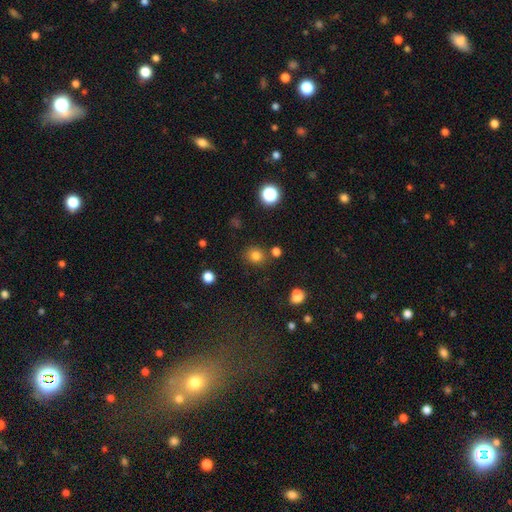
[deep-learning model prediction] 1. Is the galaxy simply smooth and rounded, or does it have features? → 79% smooth, 15% star or artifact, 6% featured or disk.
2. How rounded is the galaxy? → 79% round, 20% in between, 1% cigar-shaped.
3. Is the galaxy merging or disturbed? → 80% none, 10% minor disturbance, 6% merger, 3% major disturbance.